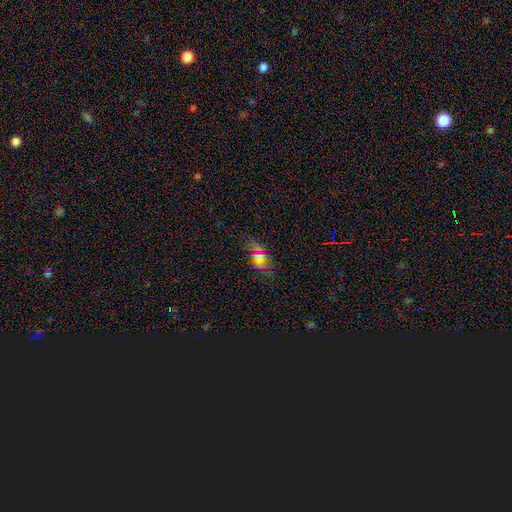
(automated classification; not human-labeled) Smooth or featured?
  - smooth: 39% *
  - star or artifact: 36%
  - featured or disk: 25%
Merging?
  - none: 69% *
  - minor disturbance: 16%
  - major disturbance: 8%
  - merger: 8%